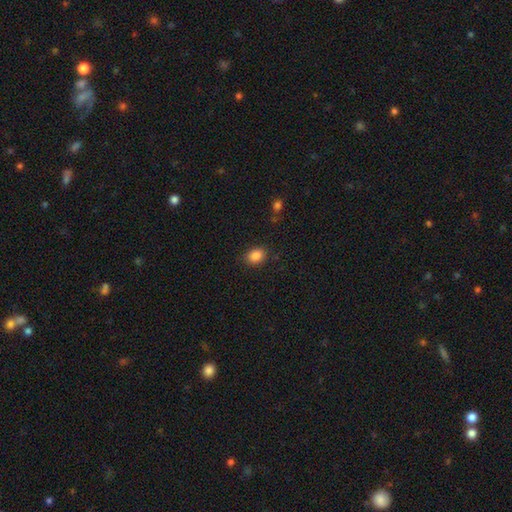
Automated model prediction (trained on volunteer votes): Overall: smooth (86%). How rounded: in between (63%; round 36%). Merging: none (85%).